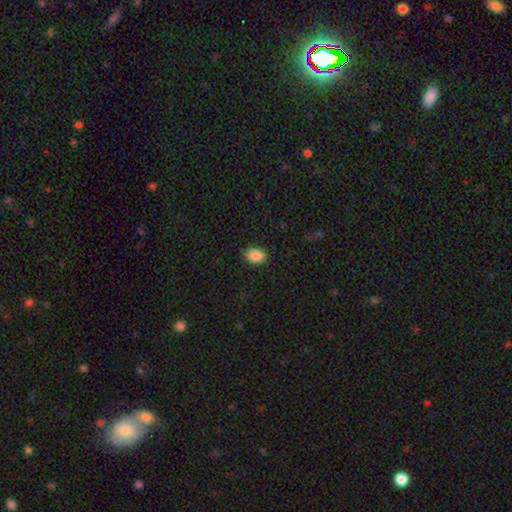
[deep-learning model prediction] Smooth or featured? smooth (89%)
How rounded? in between (83%)
Merging? none (86%)